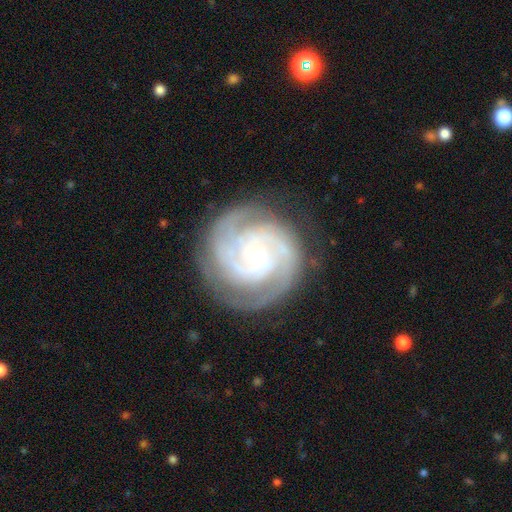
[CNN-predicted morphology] This is clearly a featured or disk galaxy (90%). It is clearly not viewed edge-on (98%). Bar: likely no (63%). Spiral arm pattern: clearly yes (98%). Spiral arm count: marginally 3 (35%). Spiral winding: likely tight (70%). Central bulge: likely small (63%). Merging: clearly none (82%).